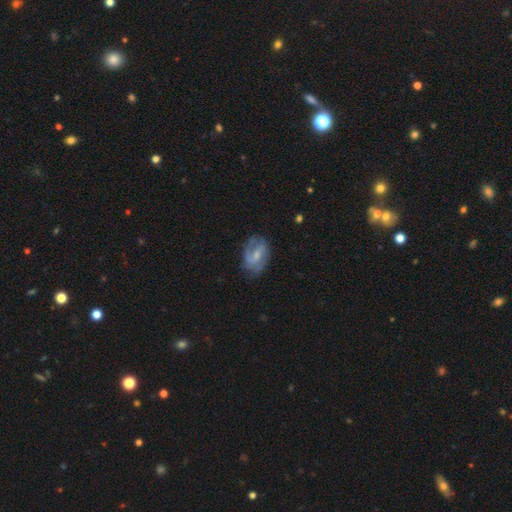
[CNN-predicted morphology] Overall: featured or disk (63%; smooth 30%). Edge-on disk: no (96%). Bar: weak (51%; no 30%). Spiral arms: yes (81%). Bulge size: small (48%; moderate 36%). Merging: none (62%; minor disturbance 25%).